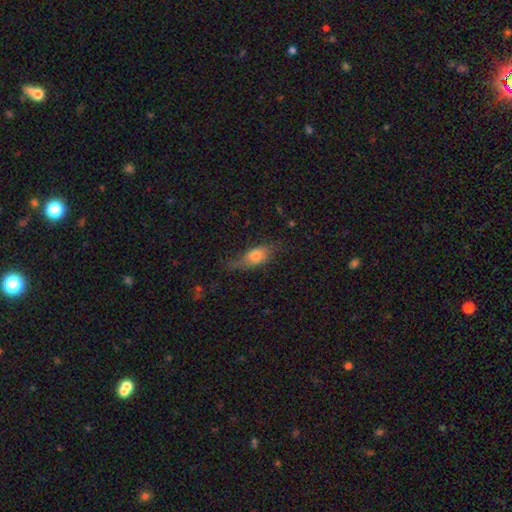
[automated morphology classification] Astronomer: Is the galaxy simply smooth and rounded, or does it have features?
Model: smooth — 63%.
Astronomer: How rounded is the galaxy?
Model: in between — 73%.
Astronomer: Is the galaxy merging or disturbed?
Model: none — 53% (runner-up: minor disturbance, 29%).